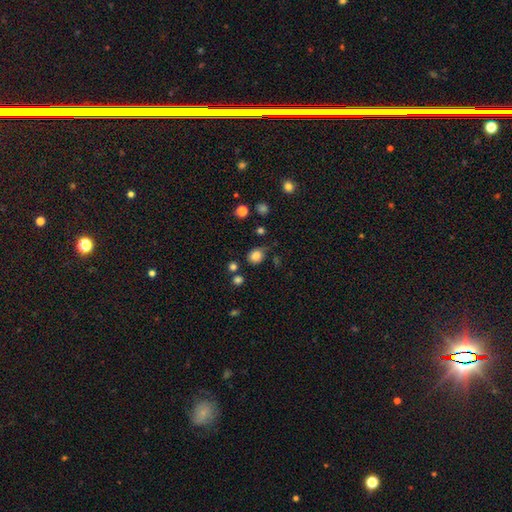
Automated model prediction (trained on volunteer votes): Q: Smooth or featured?
A: smooth (83%); runner-up: star or artifact (12%)
Q: How rounded?
A: round (72%); runner-up: in between (27%)
Q: Merging?
A: none (69%); runner-up: minor disturbance (20%)